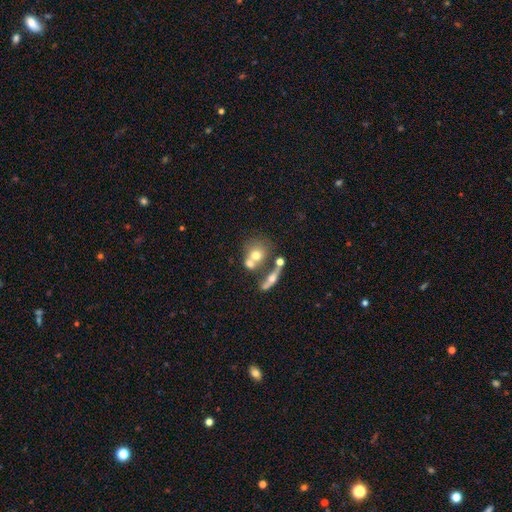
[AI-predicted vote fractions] Smooth or featured? Predicted: smooth (p=0.60). How rounded? Predicted: round (p=0.69). Merging? Predicted: merger (p=0.45).